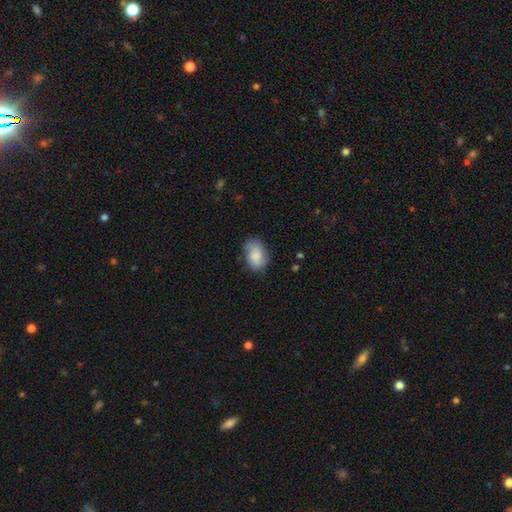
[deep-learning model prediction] smooth-or-featured: smooth: 79% | featured or disk: 15% | star or artifact: 7%
  how-rounded: in between: 81% | round: 18% | cigar-shaped: 1%
  merging: none: 68% | minor disturbance: 24% | major disturbance: 6% | merger: 2%